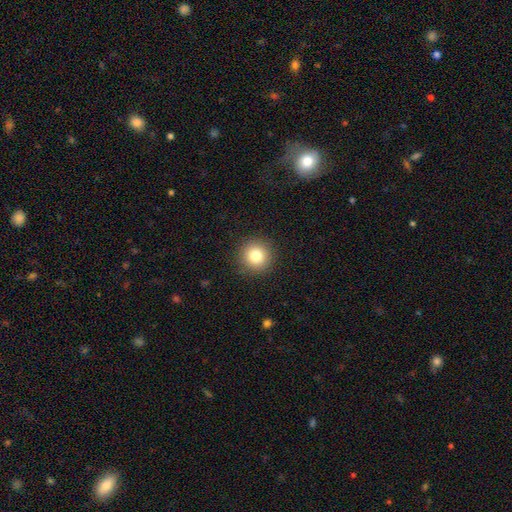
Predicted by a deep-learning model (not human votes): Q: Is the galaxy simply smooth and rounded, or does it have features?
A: smooth — 81%.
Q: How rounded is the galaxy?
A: round — 95%.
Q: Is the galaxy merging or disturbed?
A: none — 91%.